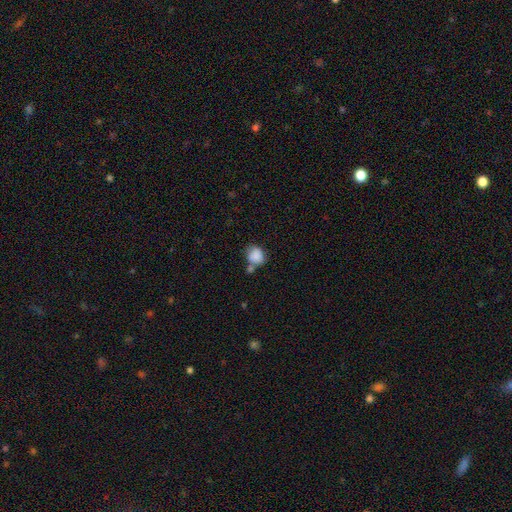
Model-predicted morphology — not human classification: The model was most divided on "merging": none: 40%, merger: 33%, minor disturbance: 19%, major disturbance: 8%. More confident: smooth or featured — smooth (84%); how rounded — round (61%).